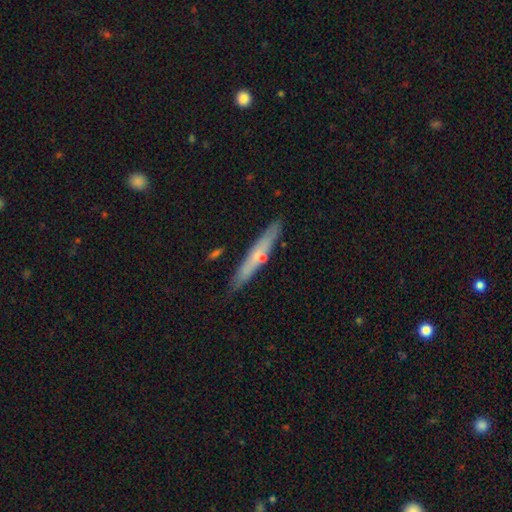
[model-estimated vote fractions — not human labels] smooth_or_featured: smooth (p=0.49) [alt: featured or disk p=0.45]
merging: none (p=0.84) [alt: minor disturbance p=0.10]